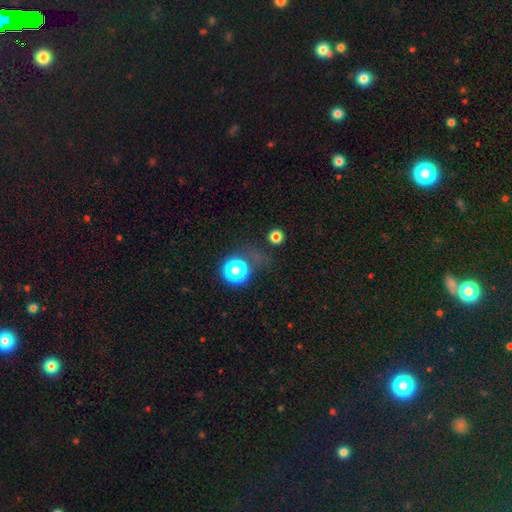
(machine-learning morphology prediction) This is possibly a smooth galaxy (56%). How rounded: clearly round (90%). Merging: likely none (68%).